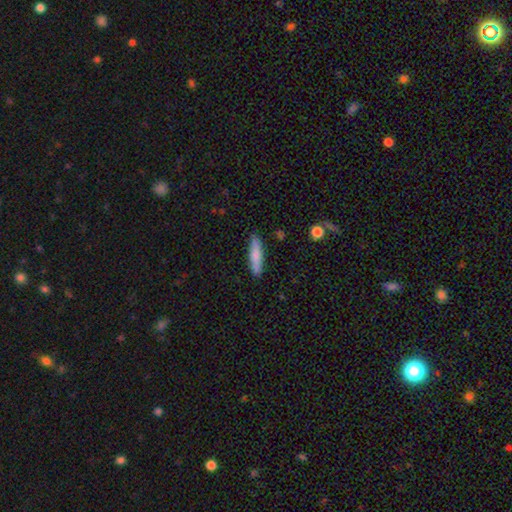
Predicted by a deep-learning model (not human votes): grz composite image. It shows a smooth galaxy with no disk features (76%) that is cigar-shaped (83%). Merging: none (88%).